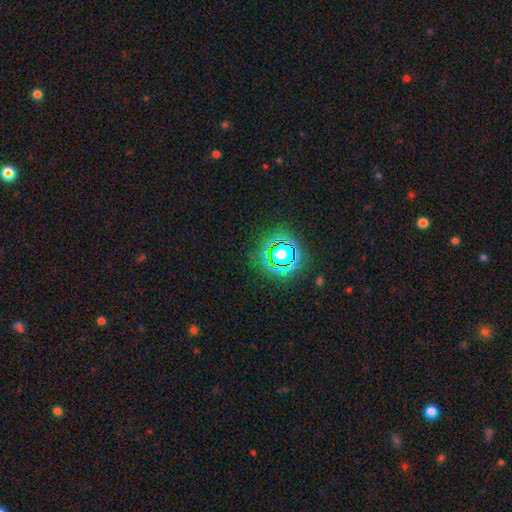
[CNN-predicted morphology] This appears to be a star or artifact, not a galaxy (80%).